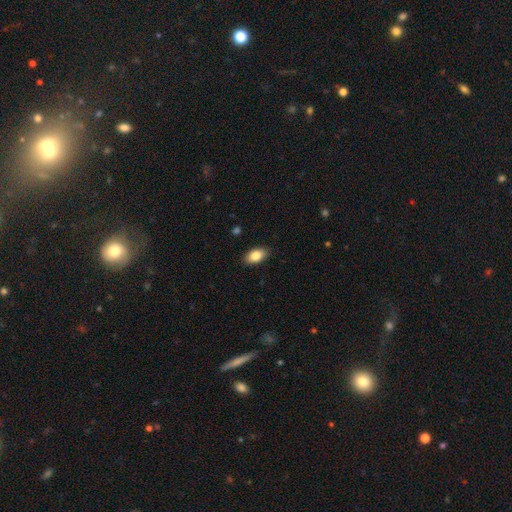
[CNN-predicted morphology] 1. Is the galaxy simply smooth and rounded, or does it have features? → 85% smooth, 7% featured or disk, 7% star or artifact.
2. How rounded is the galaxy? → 92% in between, 6% round, 2% cigar-shaped.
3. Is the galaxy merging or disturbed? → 88% none, 9% minor disturbance, 2% major disturbance, 1% merger.